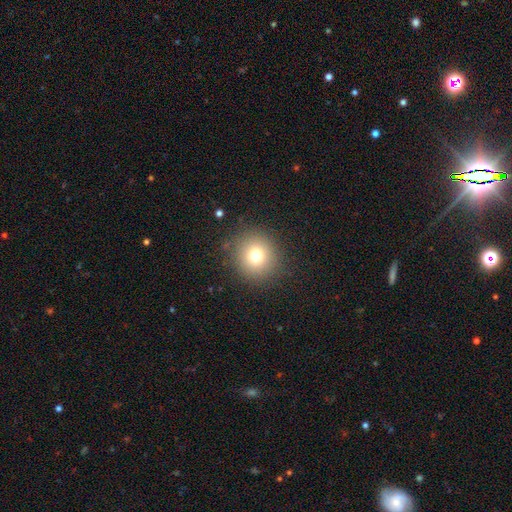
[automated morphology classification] smooth 75%, star or artifact 15%, featured or disk 11%. Down the decision tree: how rounded — round (91%); merging — none (88%).